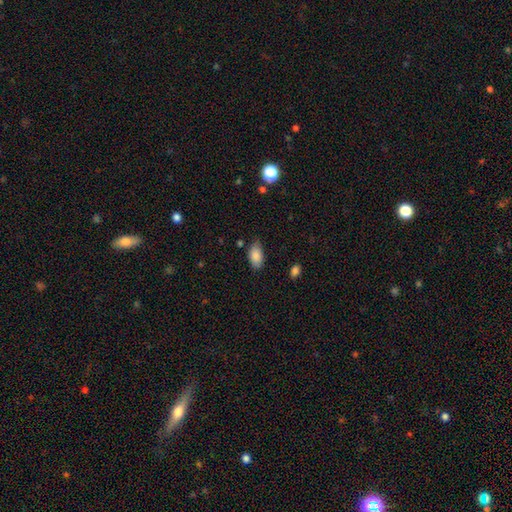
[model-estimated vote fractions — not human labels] Morphology: type=smooth (86%); roundness=in between (93%); merging=none (75%).